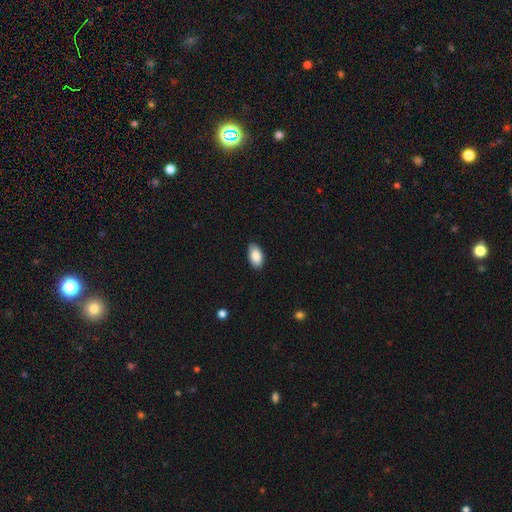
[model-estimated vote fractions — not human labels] The model was most divided on "merging": none: 84%, minor disturbance: 13%, major disturbance: 2%, merger: 1%. More confident: how rounded — in between (94%); smooth or featured — smooth (87%).